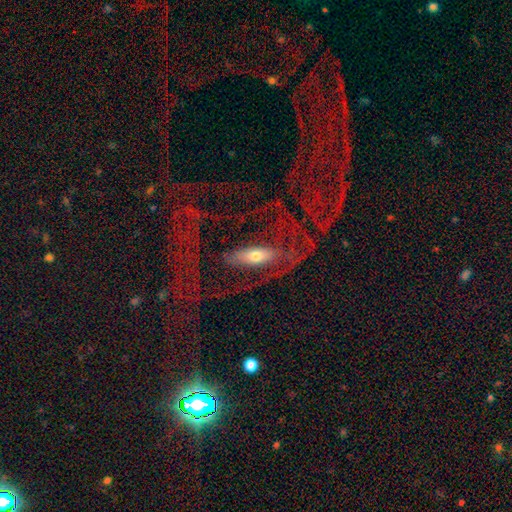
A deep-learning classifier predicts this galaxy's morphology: Q: Smooth or featured?
A: featured or disk (64%); runner-up: smooth (26%)
Q: Edge-on disk?
A: no (75%); runner-up: yes (25%)
Q: Merging?
A: none (50%); runner-up: major disturbance (29%)